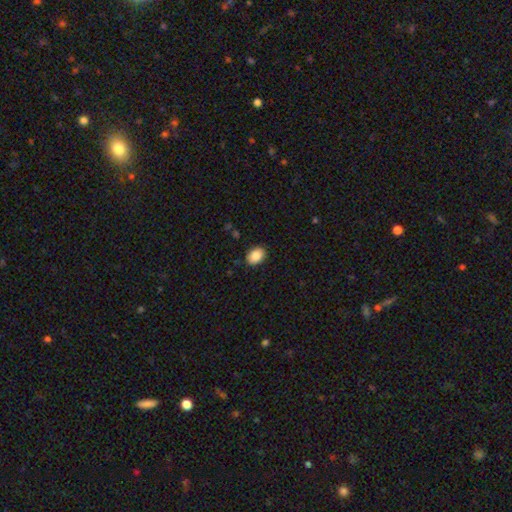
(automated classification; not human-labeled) A smooth galaxy with no disk features (89%) that is in between round and cigar-shaped (72%).

Vote fractions:
- Smooth or featured? smooth: 89% / star or artifact: 7% / featured or disk: 4%
- How rounded? in between: 72% / round: 27% / cigar-shaped: 1%
- Merging? none: 87% / minor disturbance: 10% / major disturbance: 2% / merger: 1%